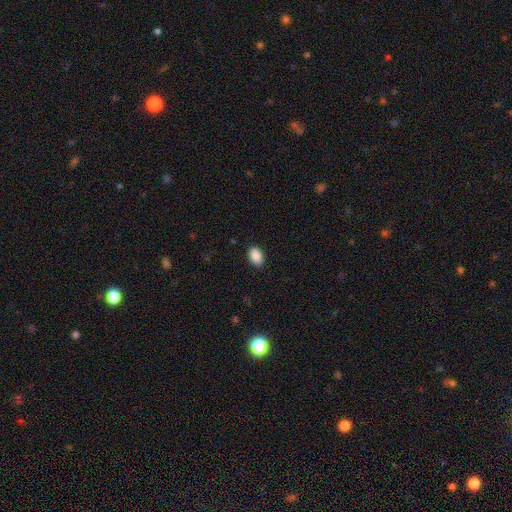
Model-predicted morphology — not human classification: This is clearly a smooth galaxy (89%). How rounded: clearly in between (88%). Merging: clearly none (88%).